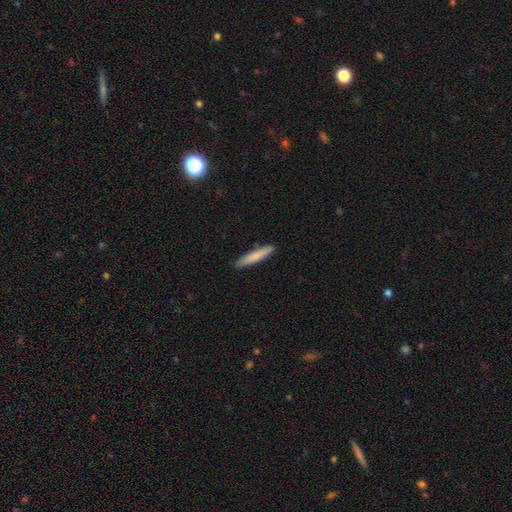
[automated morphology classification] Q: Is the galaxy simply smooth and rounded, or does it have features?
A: smooth — 80%.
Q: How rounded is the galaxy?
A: cigar-shaped — 92%.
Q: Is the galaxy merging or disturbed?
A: none — 90%.